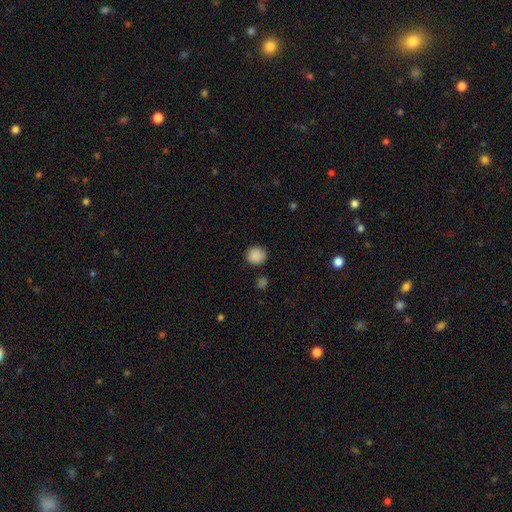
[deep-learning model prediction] Smooth or featured: smooth — 88% (star or artifact — 9%)
How rounded: round — 88% (in between — 12%)
Merging: none — 86% (minor disturbance — 9%)